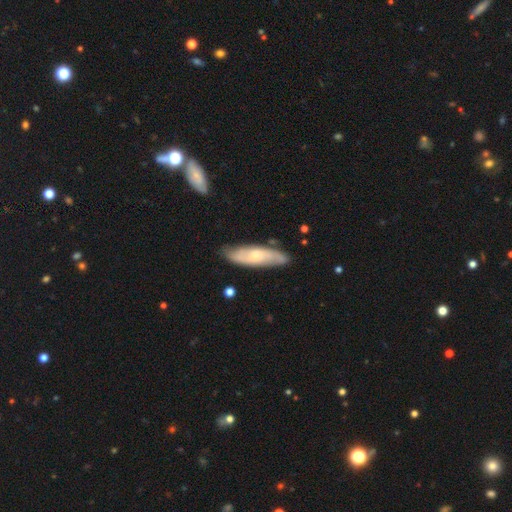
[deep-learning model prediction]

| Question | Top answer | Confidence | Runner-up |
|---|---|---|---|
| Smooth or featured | featured or disk | 50% | smooth (44%) |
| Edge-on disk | no | 71% | yes (29%) |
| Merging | none | 79% | minor disturbance (16%) |